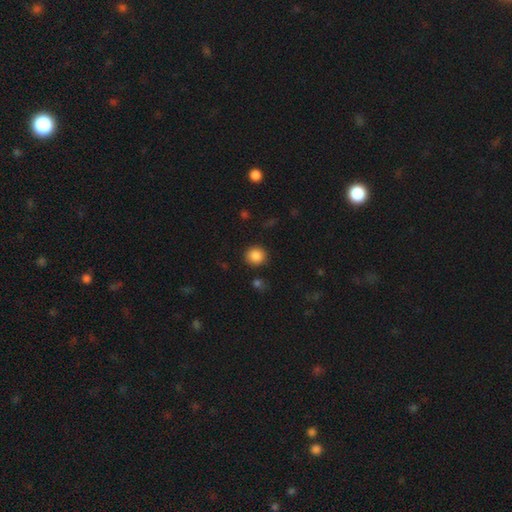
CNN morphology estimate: Q: Smooth or featured?
A: smooth (87%); runner-up: star or artifact (10%)
Q: How rounded?
A: round (90%); runner-up: in between (9%)
Q: Merging?
A: none (88%); runner-up: minor disturbance (7%)